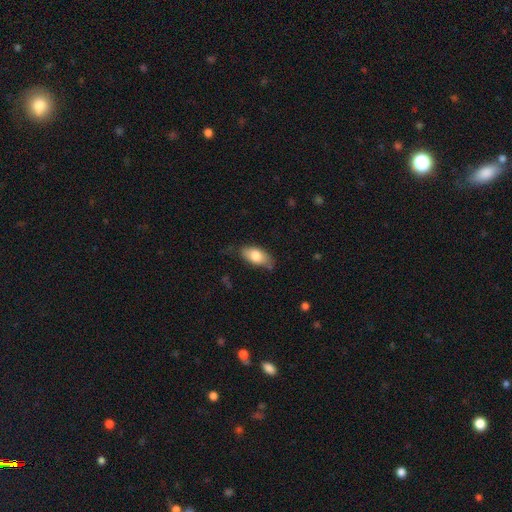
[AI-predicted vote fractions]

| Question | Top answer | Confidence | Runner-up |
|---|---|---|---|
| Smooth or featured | smooth | 78% | featured or disk (16%) |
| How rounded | in between | 90% | cigar-shaped (7%) |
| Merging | none | 63% | minor disturbance (29%) |